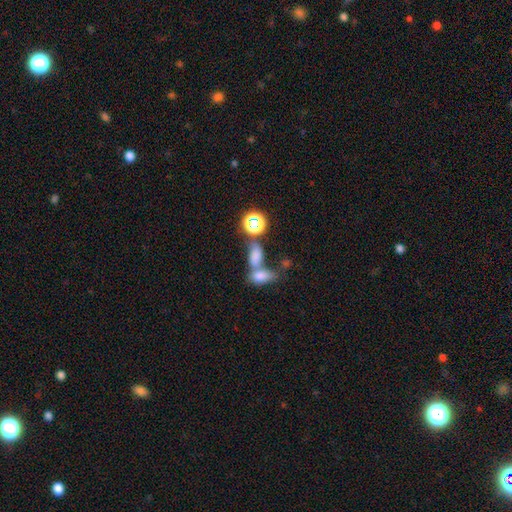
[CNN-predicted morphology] A smooth galaxy with no disk features (71%) that is in between round and cigar-shaped (84%). Merging: merger (59%).